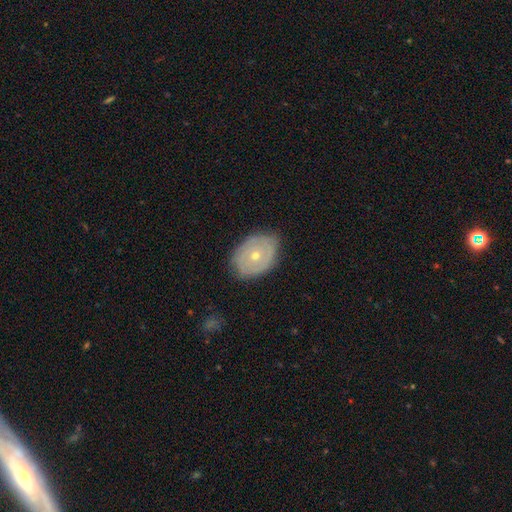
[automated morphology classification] This is possibly a featured or disk galaxy (56%). It is clearly not viewed edge-on (94%). Bar: clearly no (89%). Spiral arm pattern: likely no (62%). Central bulge: possibly moderate (49%). Merging: likely none (77%).